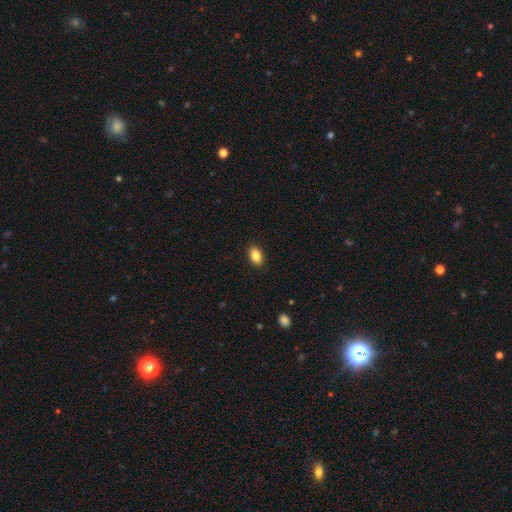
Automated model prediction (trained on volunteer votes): The model was most divided on "smooth or featured": smooth: 86%, star or artifact: 8%, featured or disk: 6%. More confident: merging — none (90%); how rounded — in between (89%).